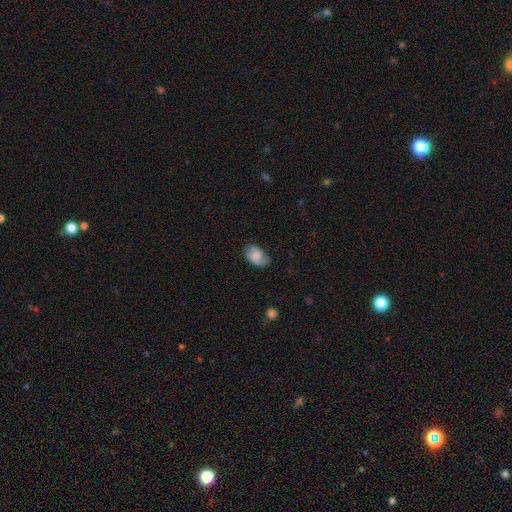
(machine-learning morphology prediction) This appears to be a smooth galaxy with no disk features (68%) that is in between round and cigar-shaped (84%). Merging: none (54%).